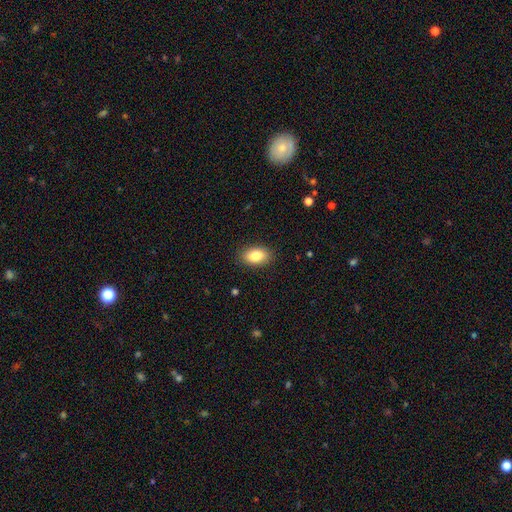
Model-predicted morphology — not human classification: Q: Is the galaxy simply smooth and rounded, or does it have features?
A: smooth — 86%.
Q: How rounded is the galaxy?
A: in between — 91%.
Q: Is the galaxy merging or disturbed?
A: none — 88%.